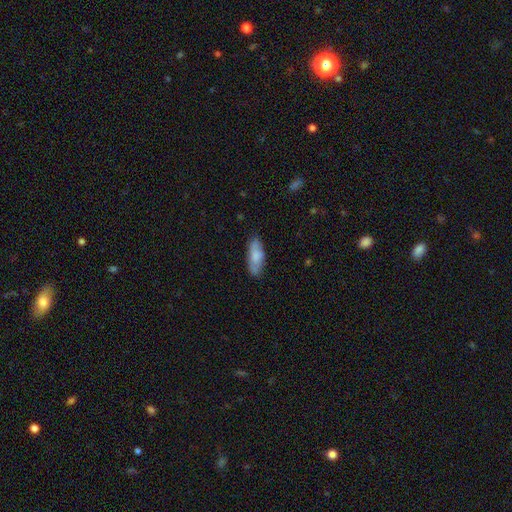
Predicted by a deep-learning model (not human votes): Smooth or featured? Predicted: smooth (p=0.76). How rounded? Predicted: in between (p=0.68). Merging? Predicted: none (p=0.78).